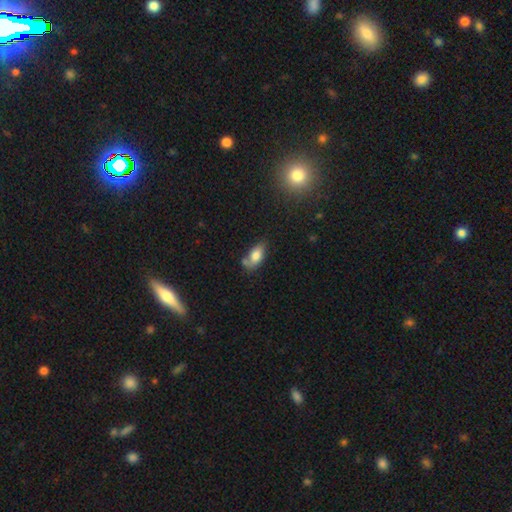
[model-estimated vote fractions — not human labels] Smooth or featured?
  - smooth: 77% *
  - featured or disk: 15%
  - star or artifact: 9%
How rounded?
  - in between: 89% *
  - cigar-shaped: 6%
  - round: 5%
Merging?
  - none: 46% *
  - minor disturbance: 26%
  - merger: 19%
  - major disturbance: 10%